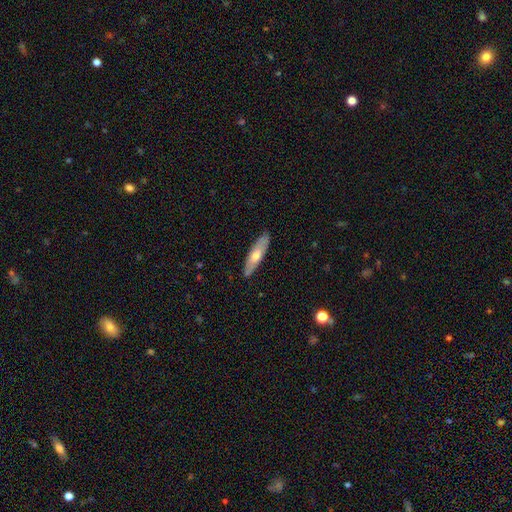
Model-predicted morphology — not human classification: type=smooth (49%); merging=none (87%).